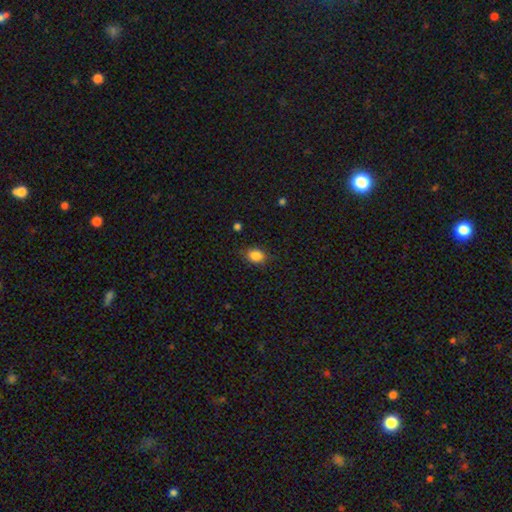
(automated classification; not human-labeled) Smooth or featured: smooth — 85% (star or artifact — 10%)
How rounded: in between — 57% (round — 41%)
Merging: none — 80% (minor disturbance — 15%)